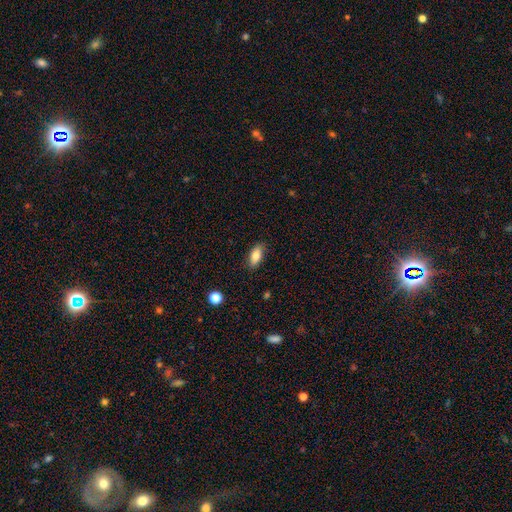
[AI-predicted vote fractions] smooth 81%, featured or disk 12%, star or artifact 8%. Down the decision tree: how rounded — in between (87%); merging — none (84%).